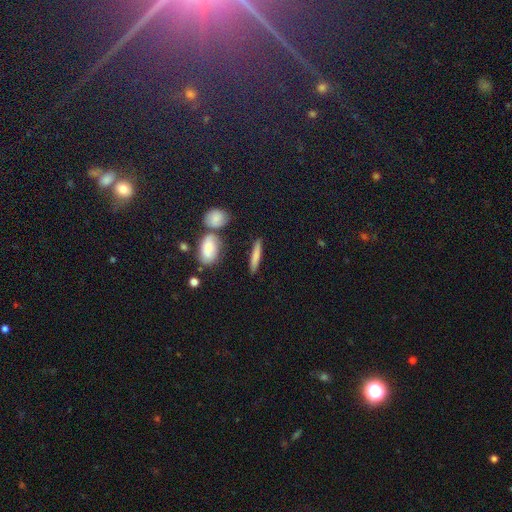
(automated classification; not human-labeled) This is likely a smooth galaxy (71%). How rounded: clearly cigar-shaped (84%). Merging: clearly none (82%).